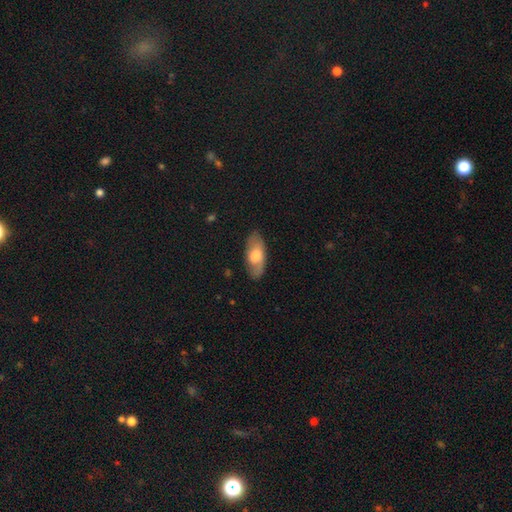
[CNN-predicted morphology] Smooth or featured? Predicted: smooth (p=0.64). How rounded? Predicted: in between (p=0.87). Merging? Predicted: none (p=0.82).